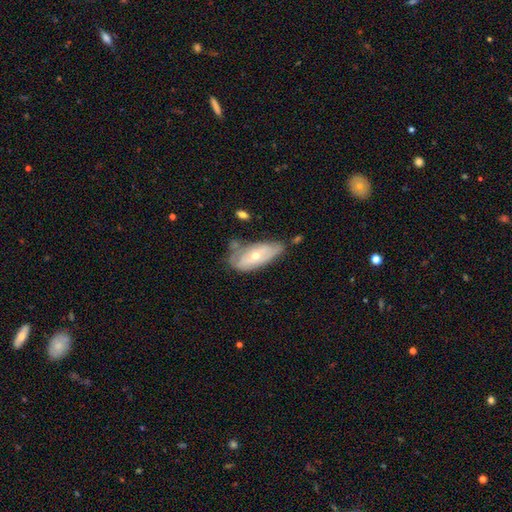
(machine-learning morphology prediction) Smooth or featured? Predicted: featured or disk (p=0.53). Edge-on disk? Predicted: no (p=0.83). Merging? Predicted: none (p=0.44).